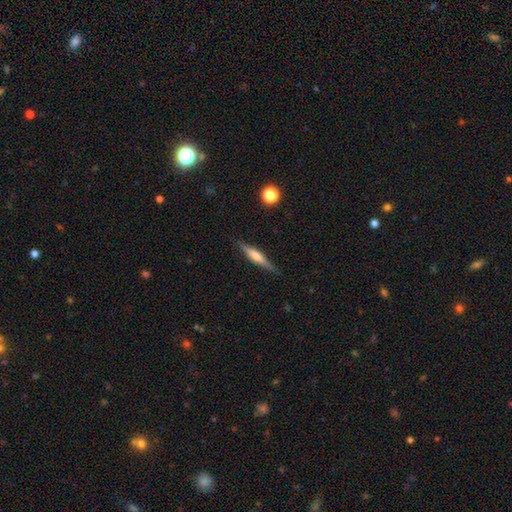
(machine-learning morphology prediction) Smooth or featured?
  - featured or disk: 52% *
  - smooth: 41%
  - star or artifact: 7%
Edge-on disk?
  - yes: 96% *
  - no: 4%
Edge-on bulge?
  - rounded: 56% *
  - boxy: 22%
  - none: 21%
Merging?
  - none: 87% *
  - minor disturbance: 10%
  - major disturbance: 2%
  - merger: 1%